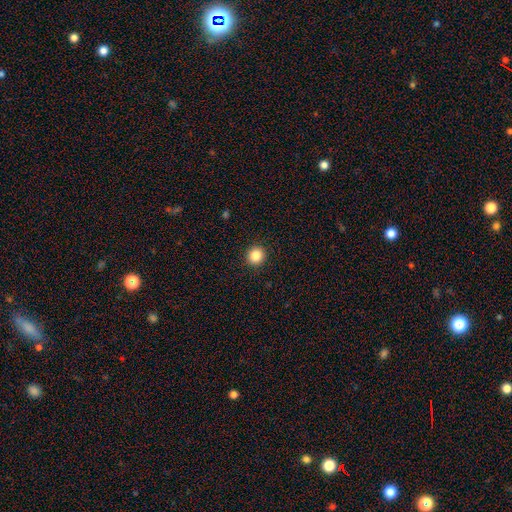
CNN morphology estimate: A smooth galaxy with no disk features (85%) that is round (93%). Merging: none (93%).